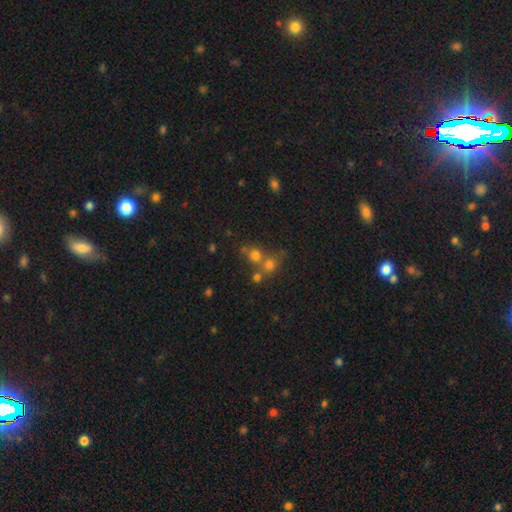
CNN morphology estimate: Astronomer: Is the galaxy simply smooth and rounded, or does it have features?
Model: smooth — 62%.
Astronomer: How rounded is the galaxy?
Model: round — 79%.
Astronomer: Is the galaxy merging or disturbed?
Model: merger — 46% (runner-up: none, 42%).